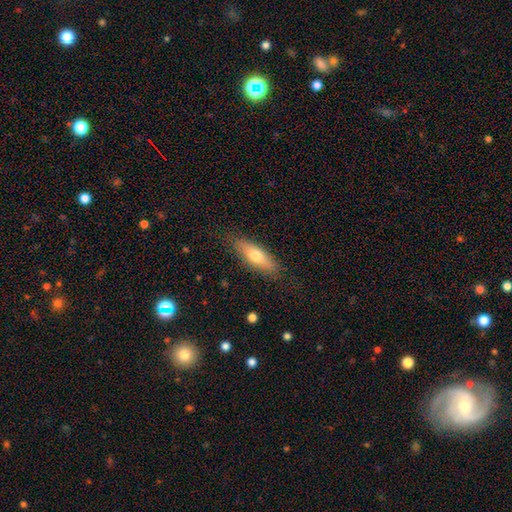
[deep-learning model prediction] Smooth or featured?
  - smooth: 64% *
  - featured or disk: 29%
  - star or artifact: 6%
How rounded?
  - in between: 51% *
  - cigar-shaped: 46%
  - round: 3%
Merging?
  - none: 84% *
  - minor disturbance: 12%
  - major disturbance: 3%
  - merger: 1%